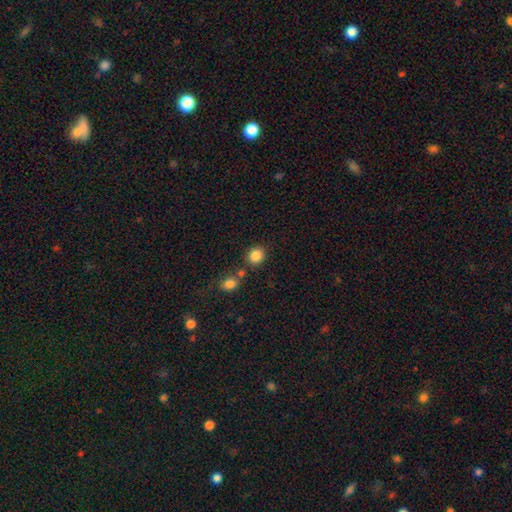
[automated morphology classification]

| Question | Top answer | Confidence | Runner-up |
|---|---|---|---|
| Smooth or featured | smooth | 86% | star or artifact (10%) |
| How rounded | round | 76% | in between (23%) |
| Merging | none | 75% | merger (12%) |